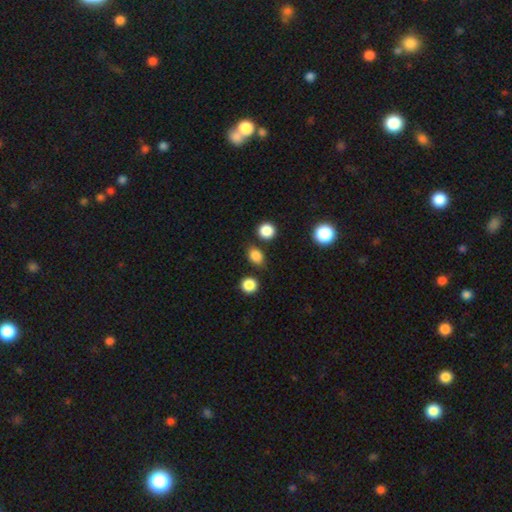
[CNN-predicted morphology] A smooth galaxy with no disk features (83%) that is in between round and cigar-shaped (52%). Merging: none (80%).